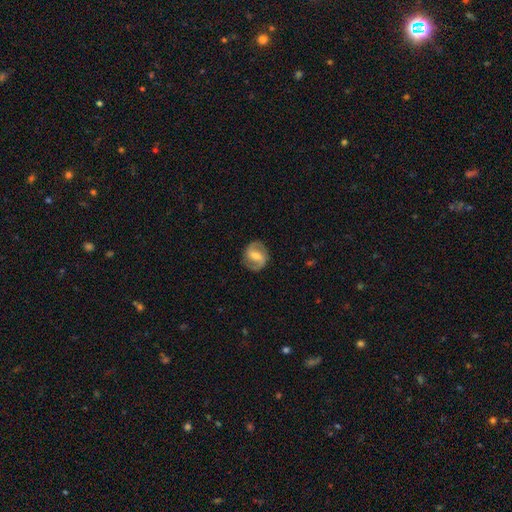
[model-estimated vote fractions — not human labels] The model was most divided on "bar": weak: 47%, strong: 36%, no: 17%. Remaining: edge-on disk — no (97%); spiral arms — yes (92%); spiral arm count — 2 (91%); merging — none (84%); smooth or featured — featured or disk (78%); bulge size — moderate (54%); spiral winding — medium (50%).